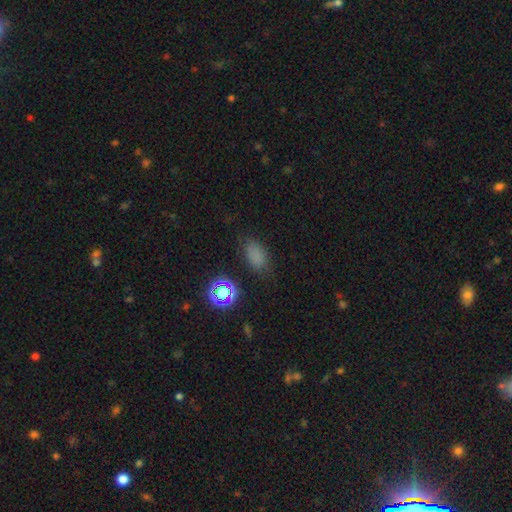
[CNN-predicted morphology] smooth 71%, star or artifact 22%, featured or disk 7%. Down the decision tree: how rounded — in between (86%); merging — none (74%).